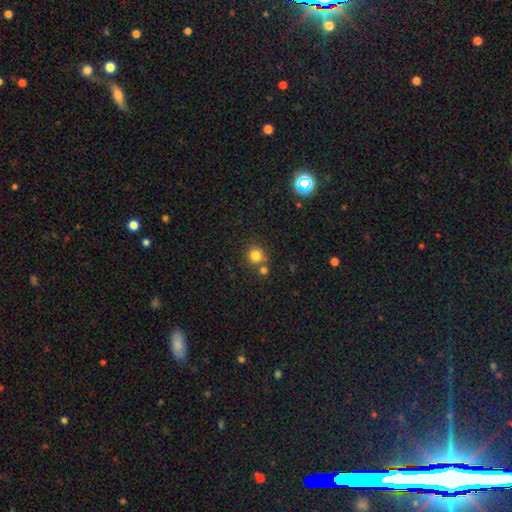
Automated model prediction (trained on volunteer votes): Overall: smooth (81%). How rounded: round (92%). Merging: none (70%).